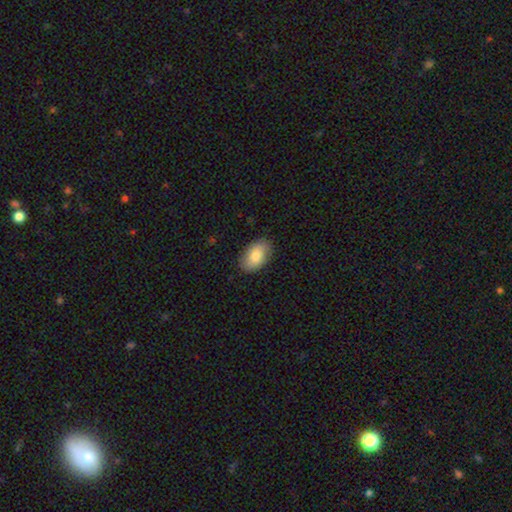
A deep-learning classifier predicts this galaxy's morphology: Smooth or featured? Predicted: smooth (p=0.79). How rounded? Predicted: in between (p=0.92). Merging? Predicted: none (p=0.85).